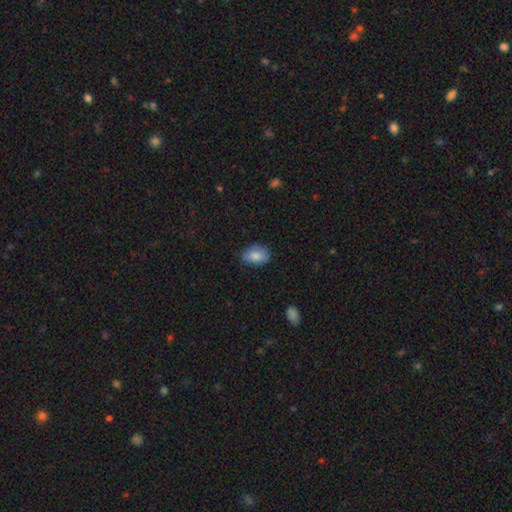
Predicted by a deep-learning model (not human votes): Q: Smooth or featured?
A: smooth (84%); runner-up: featured or disk (9%)
Q: How rounded?
A: in between (85%); runner-up: round (13%)
Q: Merging?
A: none (73%); runner-up: minor disturbance (22%)